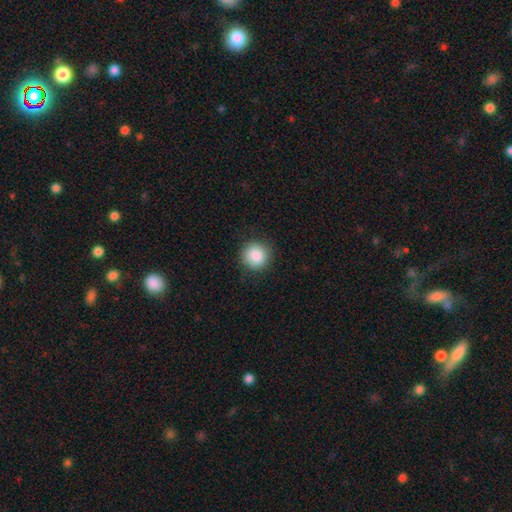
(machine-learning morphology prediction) A smooth galaxy with no disk features (87%) that is round (92%).

Vote fractions:
- Smooth or featured? smooth: 87% / star or artifact: 9% / featured or disk: 5%
- How rounded? round: 92% / in between: 7% / cigar-shaped: 1%
- Merging? none: 88% / minor disturbance: 8% / major disturbance: 2% / merger: 1%